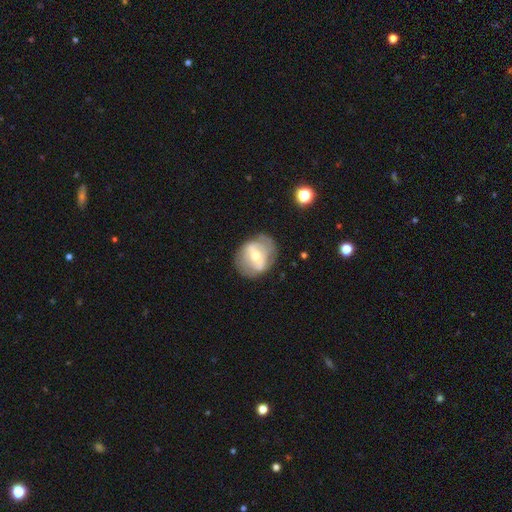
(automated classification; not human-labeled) A featured or disk galaxy (64%) with a strong bar (41%), spiral arms (51%) and a moderate central bulge (60%). Merging: none (68%).